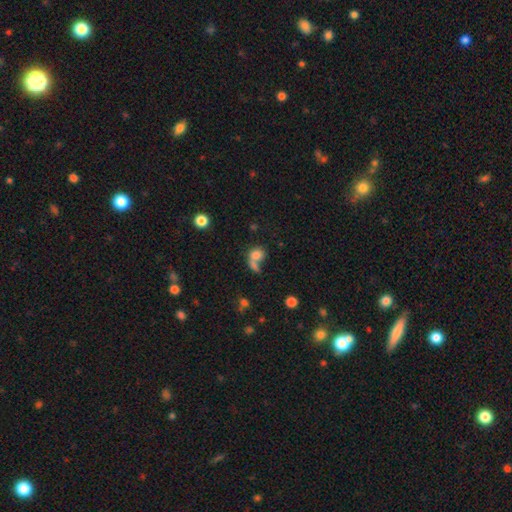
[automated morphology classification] Smooth or featured?
  - smooth: 76% *
  - featured or disk: 13%
  - star or artifact: 11%
How rounded?
  - round: 57% *
  - in between: 41%
  - cigar-shaped: 2%
Merging?
  - merger: 52% *
  - none: 29%
  - major disturbance: 10%
  - minor disturbance: 9%